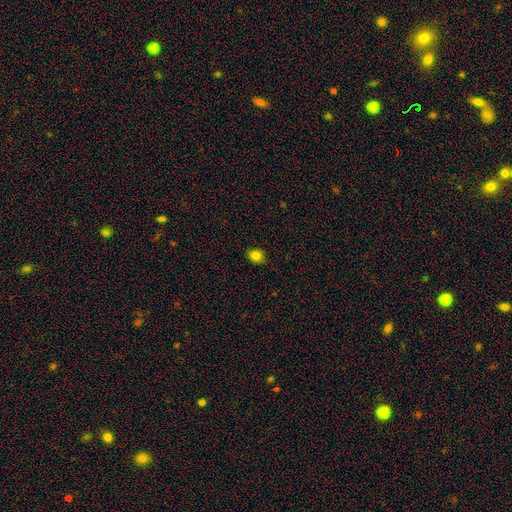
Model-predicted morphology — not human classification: Overall: smooth (81%). How rounded: round (59%; in between 40%). Merging: none (86%).